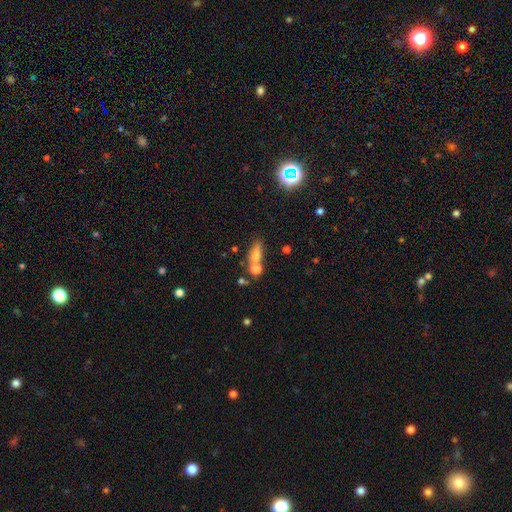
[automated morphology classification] Smooth or featured: smooth — 65% (featured or disk — 18%)
How rounded: in between — 53% (cigar-shaped — 32%)
Merging: none — 48% (merger — 29%)